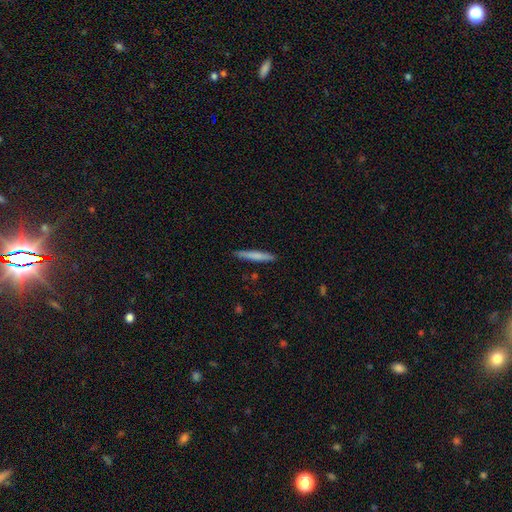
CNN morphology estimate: This is likely a smooth galaxy (71%). How rounded: clearly cigar-shaped (95%). Merging: clearly none (89%).